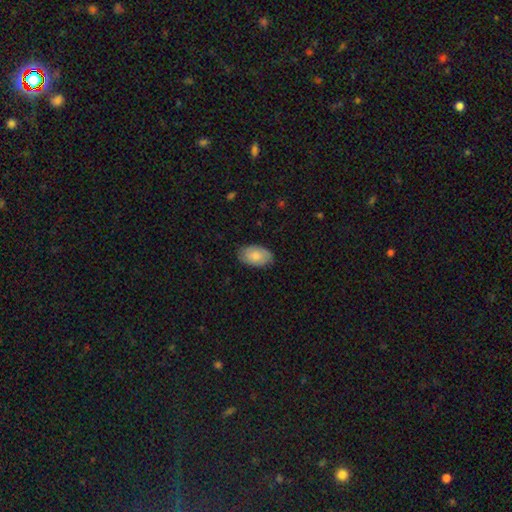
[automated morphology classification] The model was most divided on "smooth or featured": smooth: 81%, featured or disk: 14%, star or artifact: 6%. More confident: how rounded — in between (93%); merging — none (84%).